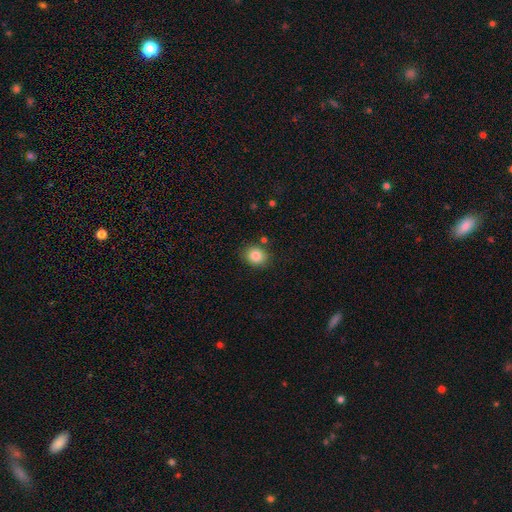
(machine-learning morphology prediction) Smooth or featured? Predicted: smooth (p=0.85). How rounded? Predicted: round (p=0.67). Merging? Predicted: none (p=0.82).